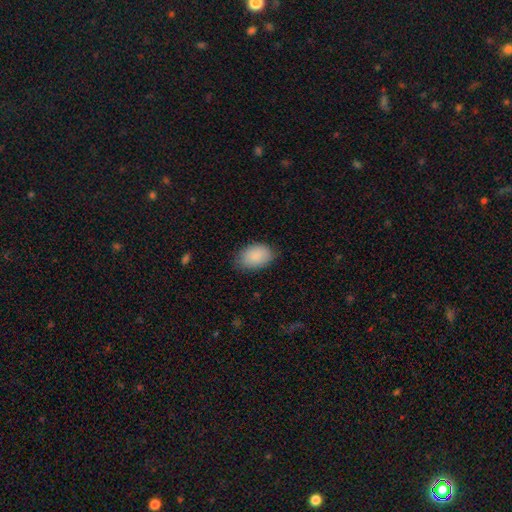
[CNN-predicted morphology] Smooth or featured? smooth (89%)
How rounded? in between (90%)
Merging? none (80%)